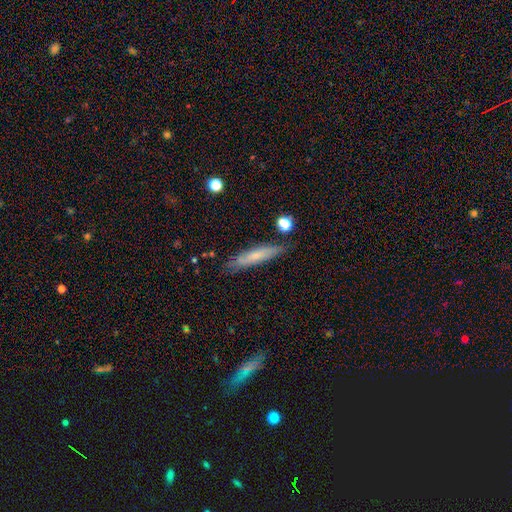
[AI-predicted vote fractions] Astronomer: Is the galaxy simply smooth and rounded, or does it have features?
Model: smooth — 62%.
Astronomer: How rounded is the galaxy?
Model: cigar-shaped — 87%.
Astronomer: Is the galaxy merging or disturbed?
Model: none — 78%.